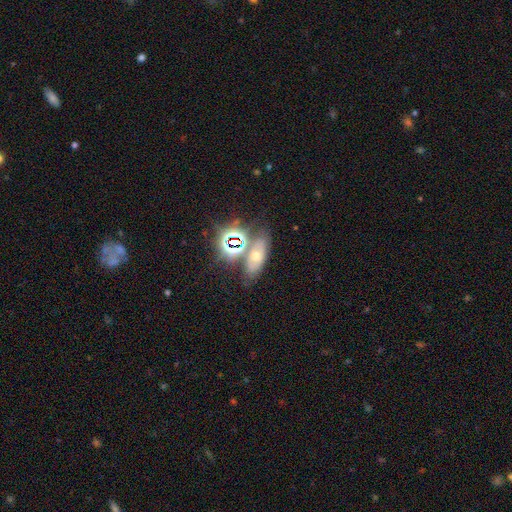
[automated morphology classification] smooth-or-featured: star or artifact: 44% | smooth: 29% | featured or disk: 27%